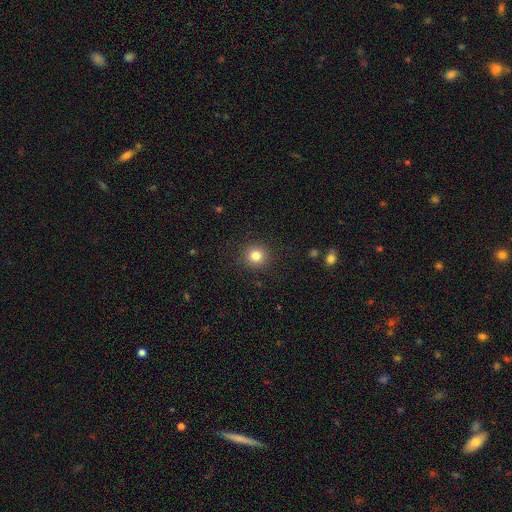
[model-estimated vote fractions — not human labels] A smooth galaxy with no disk features (82%) that is round (94%). Merging: none (91%).